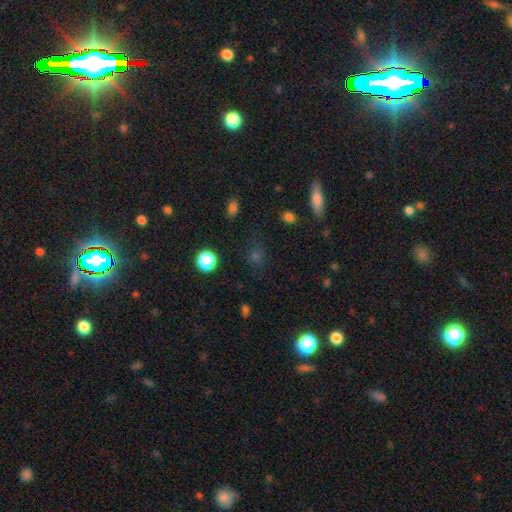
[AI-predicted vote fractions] Smooth or featured? smooth (51%)
How rounded? round (70%)
Merging? none (80%)